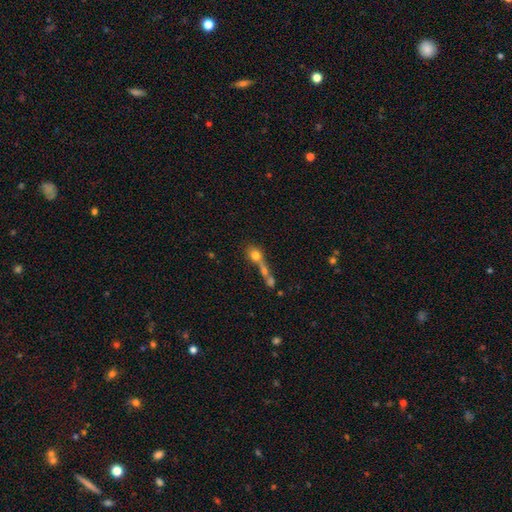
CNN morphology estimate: type=smooth (69%); roundness=round (59%); merging=merger (58%).